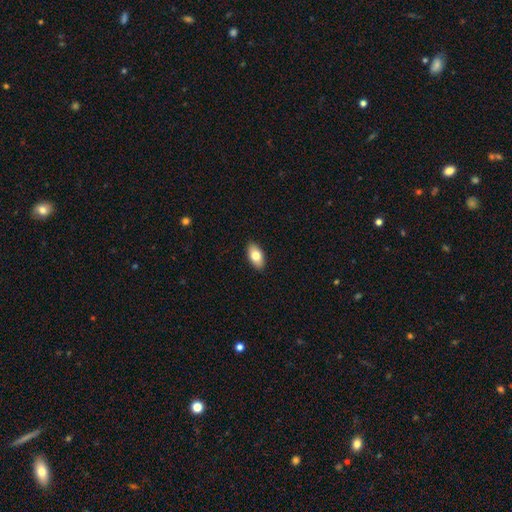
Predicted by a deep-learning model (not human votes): The model was most divided on "smooth or featured": smooth: 79%, featured or disk: 14%, star or artifact: 6%. More confident: how rounded — in between (93%); merging — none (90%).